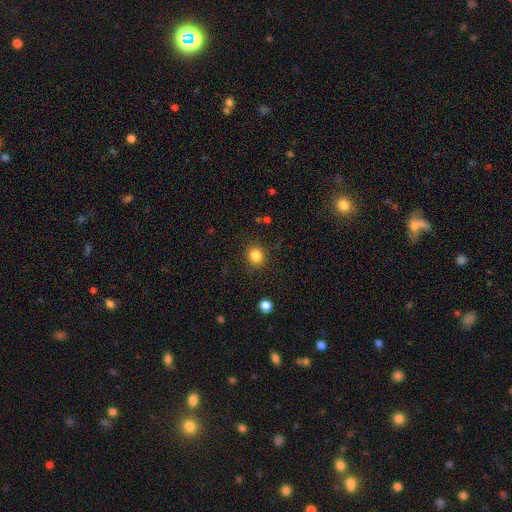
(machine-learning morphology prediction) Q: Smooth or featured?
A: smooth (84%); runner-up: star or artifact (12%)
Q: How rounded?
A: round (84%); runner-up: in between (15%)
Q: Merging?
A: none (87%); runner-up: minor disturbance (8%)